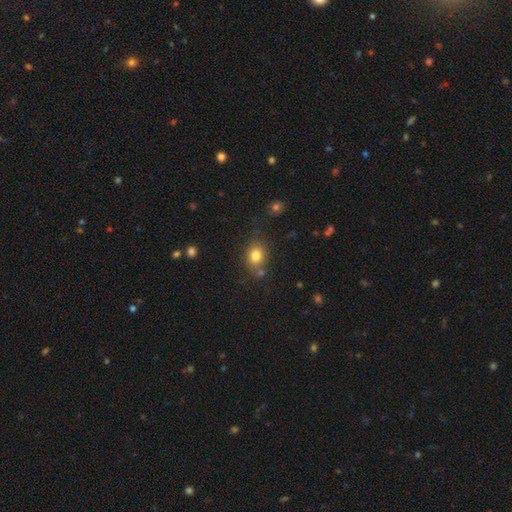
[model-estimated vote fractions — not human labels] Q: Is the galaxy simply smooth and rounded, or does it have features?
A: smooth — 81%.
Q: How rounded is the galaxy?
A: round — 50%.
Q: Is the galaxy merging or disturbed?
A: none — 70%.